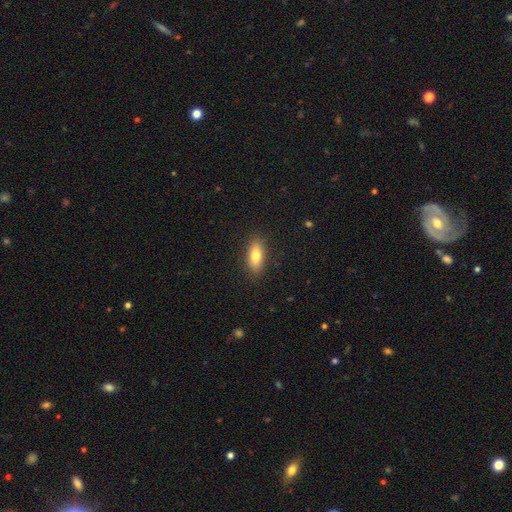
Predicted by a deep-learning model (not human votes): smooth 75%, featured or disk 18%, star or artifact 7%. Down the decision tree: how rounded — in between (77%); merging — none (88%).